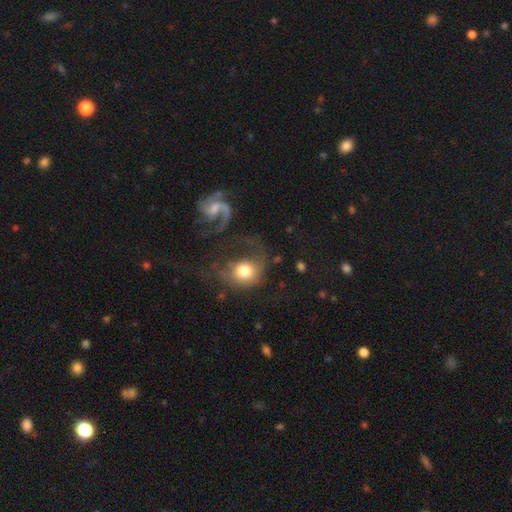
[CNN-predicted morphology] Smooth or featured: featured or disk — 47% (smooth — 38%)
Merging: none — 36% (major disturbance — 26%)